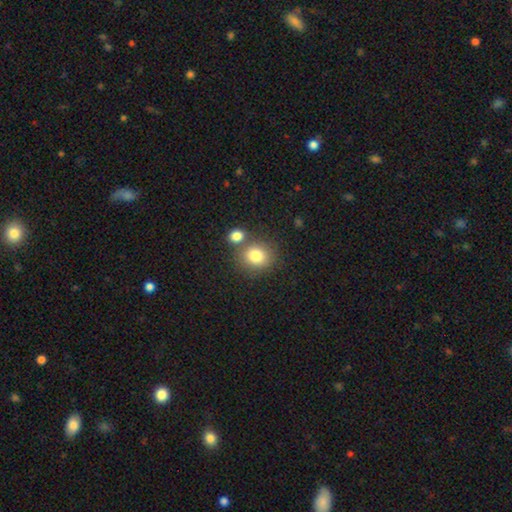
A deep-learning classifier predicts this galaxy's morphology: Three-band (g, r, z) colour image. It shows a smooth galaxy with no disk features (81%) that is round (77%). Merging: none (62%).